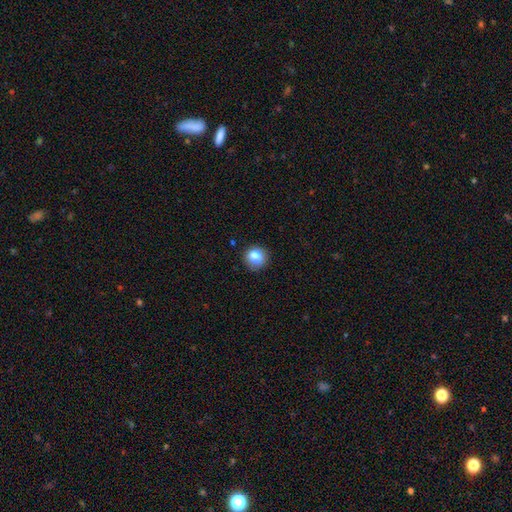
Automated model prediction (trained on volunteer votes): Q: Smooth or featured?
A: smooth (83%); runner-up: star or artifact (11%)
Q: How rounded?
A: round (91%); runner-up: in between (8%)
Q: Merging?
A: none (88%); runner-up: minor disturbance (9%)